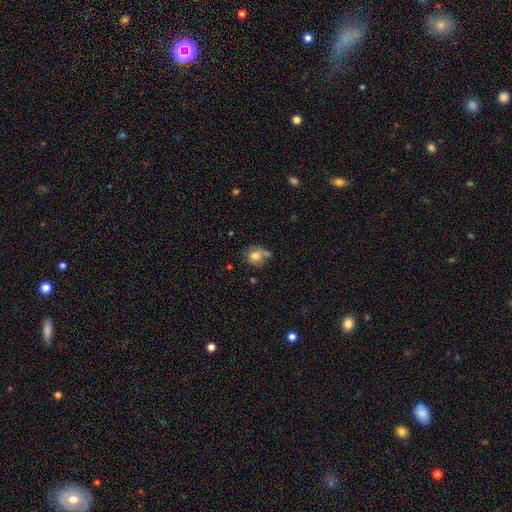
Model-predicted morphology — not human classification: smooth 77%, featured or disk 13%, star or artifact 10%. Down the decision tree: how rounded — round (78%); merging — none (51%).